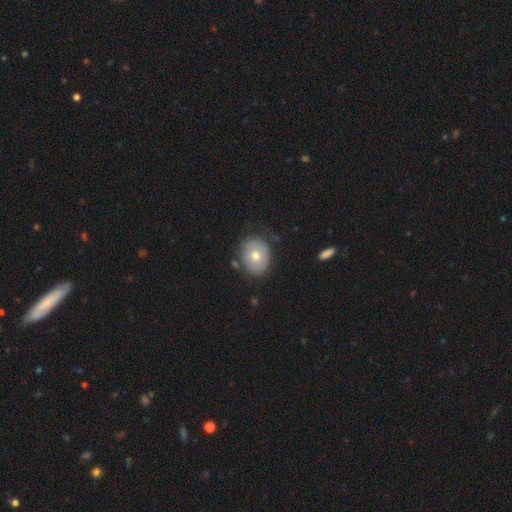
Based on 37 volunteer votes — This appears to be a smooth galaxy with no disk features (59%) that is in between round and cigar-shaped (55%). Merging: none (72%).